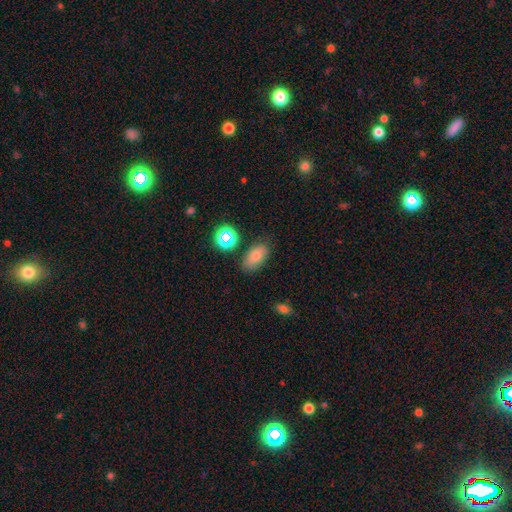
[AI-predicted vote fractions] Morphology: type=smooth (77%); roundness=in between (89%); merging=none (79%).